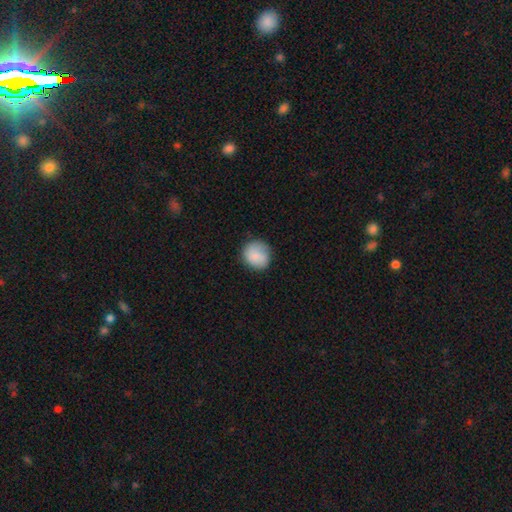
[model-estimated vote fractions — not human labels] smooth-or-featured: smooth: 85% | featured or disk: 8% | star or artifact: 7%
  how-rounded: round: 84% | in between: 15% | cigar-shaped: 1%
  merging: none: 75% | minor disturbance: 19% | major disturbance: 5% | merger: 1%